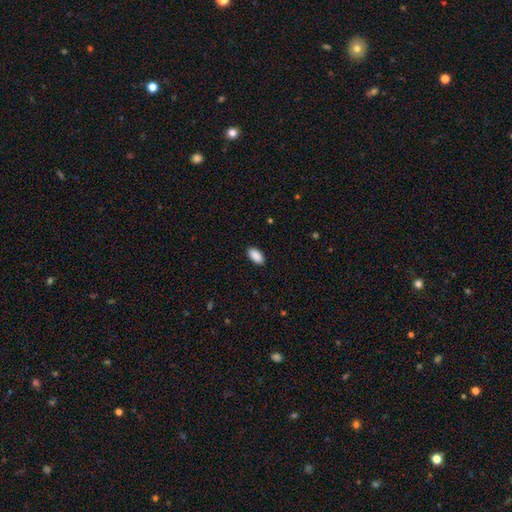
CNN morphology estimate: This is clearly a smooth galaxy (91%). How rounded: clearly in between (95%). Merging: clearly none (89%).